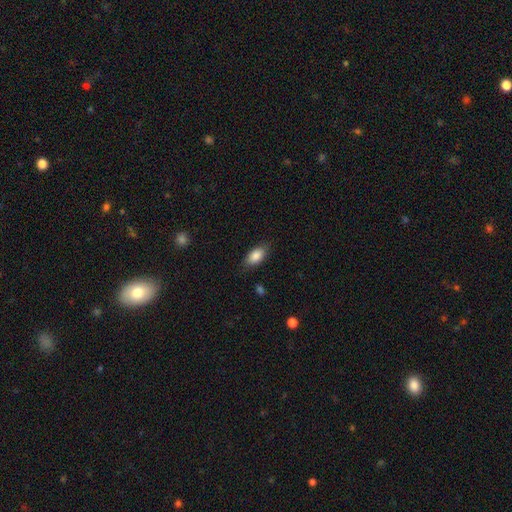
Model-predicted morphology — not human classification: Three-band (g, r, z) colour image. It shows a smooth galaxy with no disk features (85%) that is in between round and cigar-shaped (90%). Merging: none (82%).